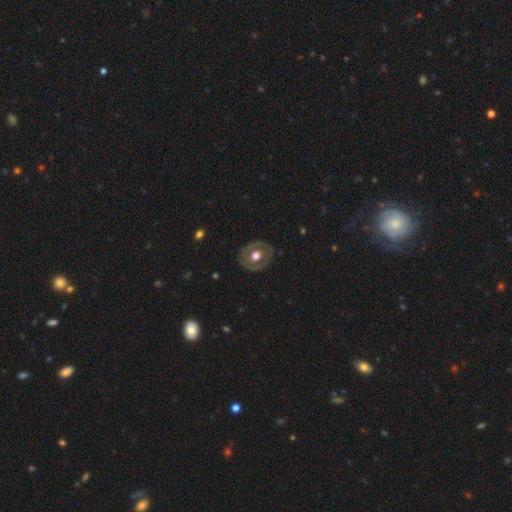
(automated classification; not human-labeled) Smooth or featured: featured or disk — 56% (smooth — 38%)
Edge-on disk: no — 94% (yes — 6%)
Bar: no — 83% (weak — 13%)
Spiral arms: no — 85% (yes — 15%)
Bulge size: moderate — 61% (large — 33%)
Merging: none — 82% (minor disturbance — 12%)